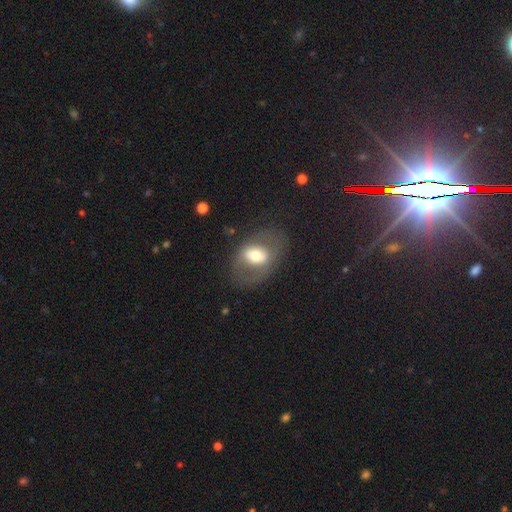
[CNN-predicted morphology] smooth_or_featured: smooth (p=0.47) [alt: featured or disk p=0.45]
merging: none (p=0.66) [alt: minor disturbance p=0.16]